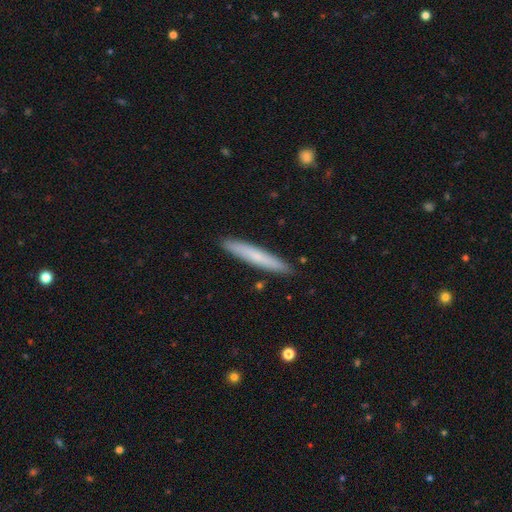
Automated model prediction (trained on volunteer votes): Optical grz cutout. It shows a smooth galaxy with no disk features (66%) that is cigar-shaped (95%). Merging: none (90%).